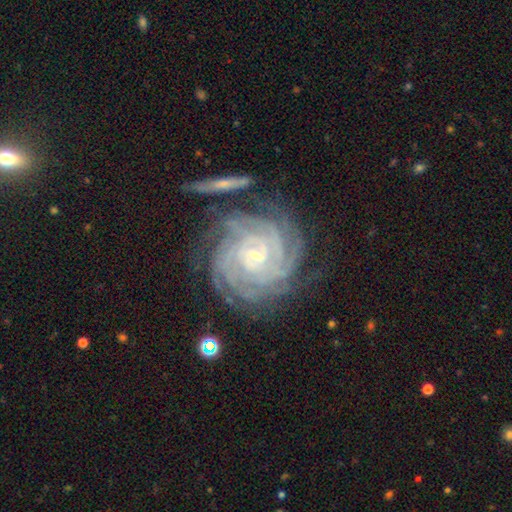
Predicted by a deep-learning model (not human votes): This is clearly a featured or disk galaxy (90%). It is clearly not viewed edge-on (97%). Bar: possibly no (46%). Spiral arm pattern: clearly yes (98%). Spiral arm count: marginally 4 (31%). Spiral winding: clearly tight (86%). Central bulge: likely small (79%). Merging: likely none (72%).